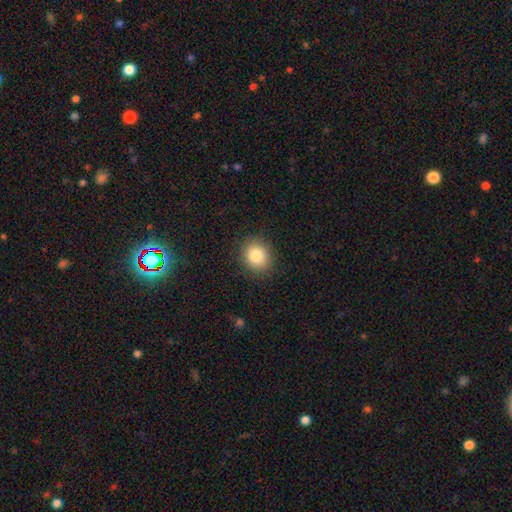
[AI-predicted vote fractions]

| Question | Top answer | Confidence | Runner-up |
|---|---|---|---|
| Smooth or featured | smooth | 83% | star or artifact (10%) |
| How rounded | round | 80% | in between (19%) |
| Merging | none | 89% | minor disturbance (8%) |